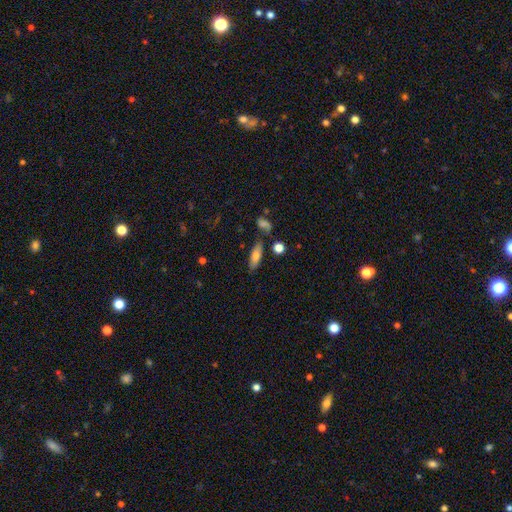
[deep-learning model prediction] Smooth or featured? Predicted: smooth (p=0.72). How rounded? Predicted: in between (p=0.67). Merging? Predicted: none (p=0.71).